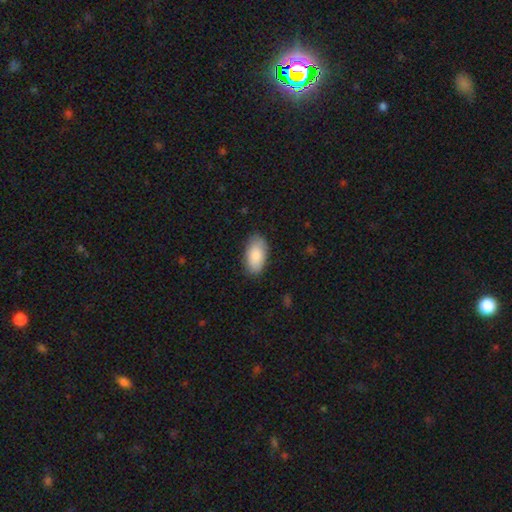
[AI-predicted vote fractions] smooth-or-featured: smooth: 86% | featured or disk: 8% | star or artifact: 6%
  how-rounded: in between: 95% | round: 3% | cigar-shaped: 3%
  merging: none: 83% | minor disturbance: 14% | major disturbance: 3% | merger: 1%